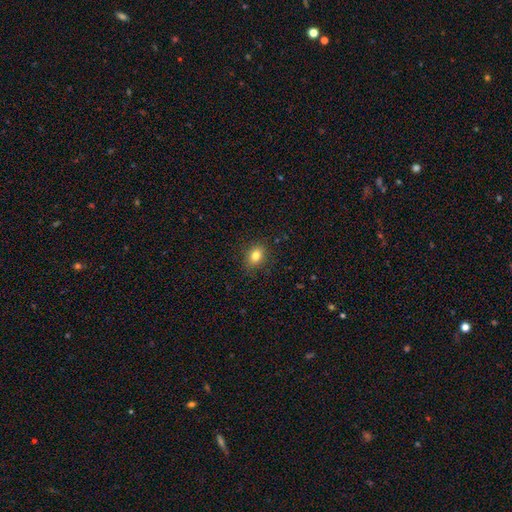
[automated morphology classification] Smooth or featured: smooth — 81% (star or artifact — 11%)
How rounded: in between — 59% (round — 40%)
Merging: none — 87% (minor disturbance — 10%)